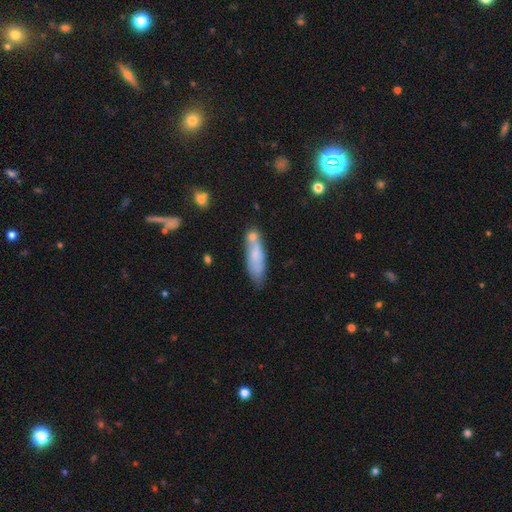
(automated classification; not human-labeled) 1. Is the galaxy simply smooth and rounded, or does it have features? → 68% smooth, 24% featured or disk, 7% star or artifact.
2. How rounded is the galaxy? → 62% cigar-shaped, 36% in between, 2% round.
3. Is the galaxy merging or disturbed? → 56% none, 21% minor disturbance, 18% merger, 5% major disturbance.